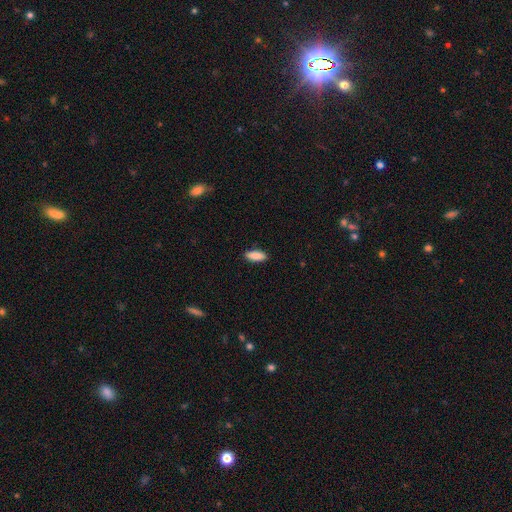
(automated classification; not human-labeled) Morphology: type=smooth (90%); roundness=in between (78%); merging=none (88%).